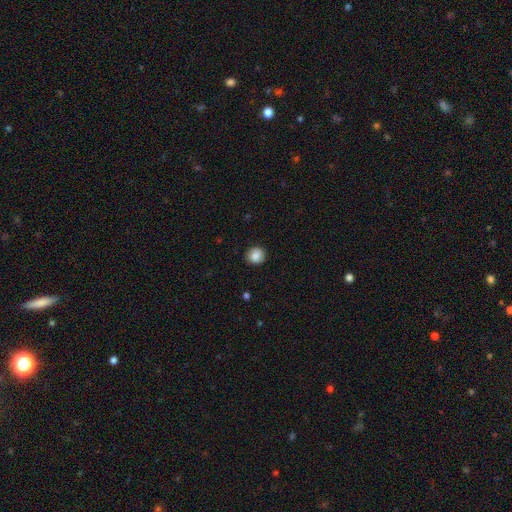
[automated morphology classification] A smooth galaxy with no disk features (86%) that is round (90%). Merging: none (90%).